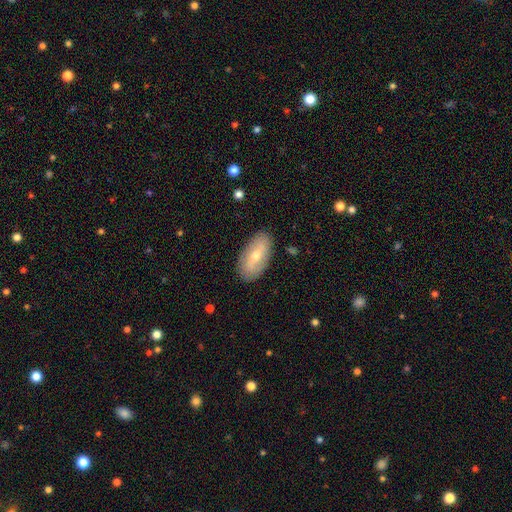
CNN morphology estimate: Smooth or featured?
  - featured or disk: 49% *
  - smooth: 44%
  - star or artifact: 7%
Merging?
  - none: 86% *
  - minor disturbance: 10%
  - major disturbance: 3%
  - merger: 1%